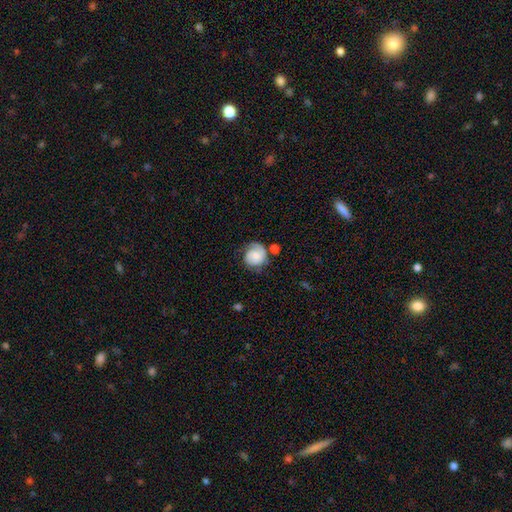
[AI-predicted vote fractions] Smooth or featured? featured or disk (56%)
Edge-on disk? no (98%)
Bar? no (72%)
Spiral arms? yes (90%)
Bulge size? small (47%)
Merging? none (58%)